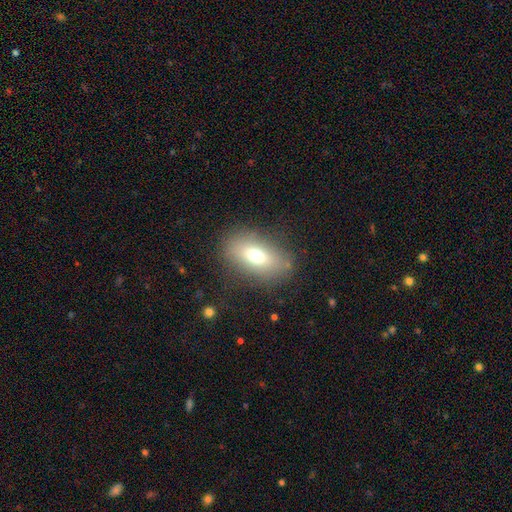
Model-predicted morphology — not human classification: smooth_or_featured: smooth (p=0.69) [alt: featured or disk p=0.20]
how_rounded: in between (p=0.84) [alt: round p=0.11]
merging: none (p=0.80) [alt: minor disturbance p=0.12]